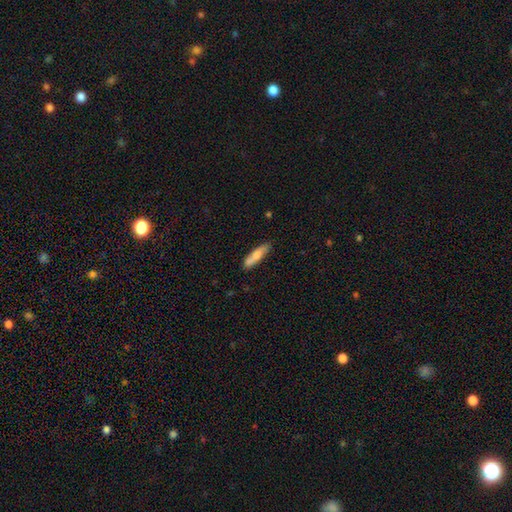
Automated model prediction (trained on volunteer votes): Smooth or featured? smooth (70%)
How rounded? cigar-shaped (74%)
Merging? none (80%)